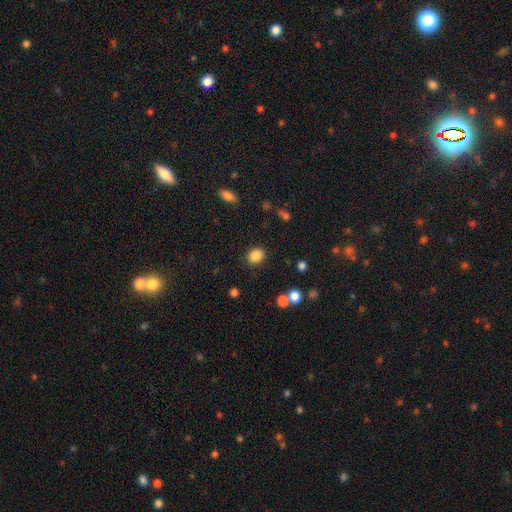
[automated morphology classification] This is clearly a smooth galaxy (86%). How rounded: likely round (64%). Merging: clearly none (85%).